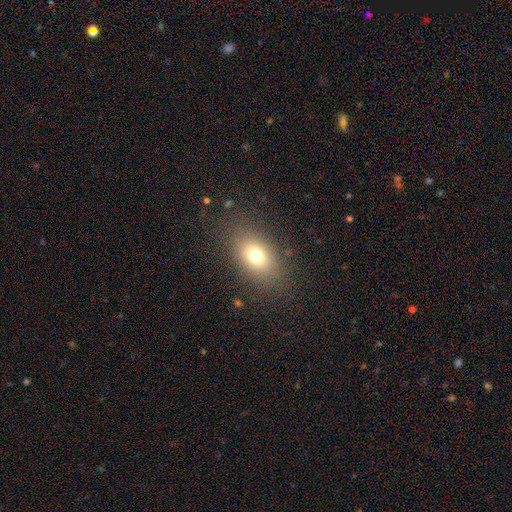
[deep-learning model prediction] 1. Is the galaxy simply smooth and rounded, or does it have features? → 73% smooth, 14% featured or disk, 13% star or artifact.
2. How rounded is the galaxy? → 77% in between, 22% round, 2% cigar-shaped.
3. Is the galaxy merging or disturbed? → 81% none, 12% minor disturbance, 7% major disturbance, 1% merger.